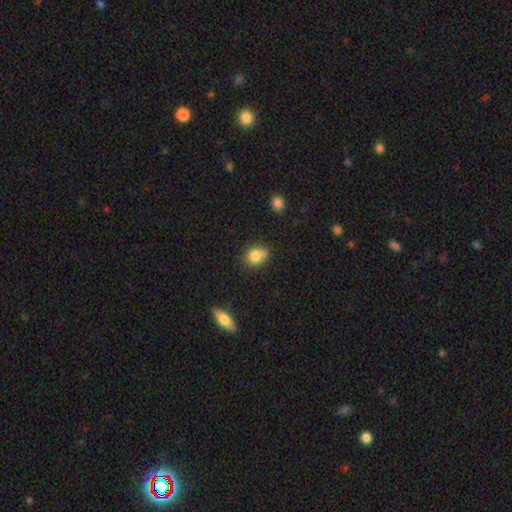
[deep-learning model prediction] A smooth galaxy with no disk features (81%) that is round (57%).

Vote fractions:
- Smooth or featured? smooth: 81% / star or artifact: 10% / featured or disk: 9%
- How rounded? round: 57% / in between: 41% / cigar-shaped: 1%
- Merging? none: 53% / merger: 22% / minor disturbance: 20% / major disturbance: 5%